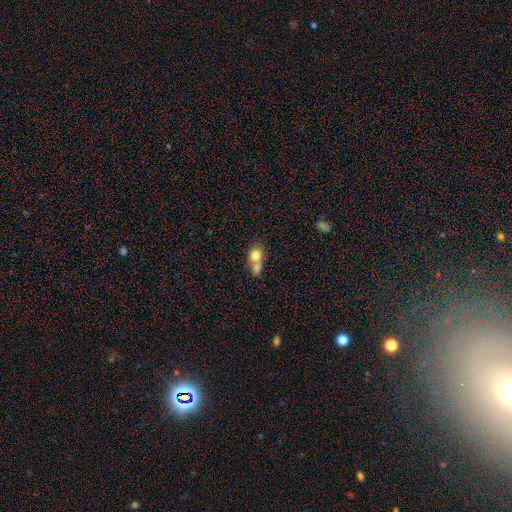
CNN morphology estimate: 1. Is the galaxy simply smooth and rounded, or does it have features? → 76% smooth, 15% featured or disk, 9% star or artifact.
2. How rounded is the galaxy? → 59% round, 39% in between, 2% cigar-shaped.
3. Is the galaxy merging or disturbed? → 66% merger, 24% none, 7% minor disturbance, 4% major disturbance.